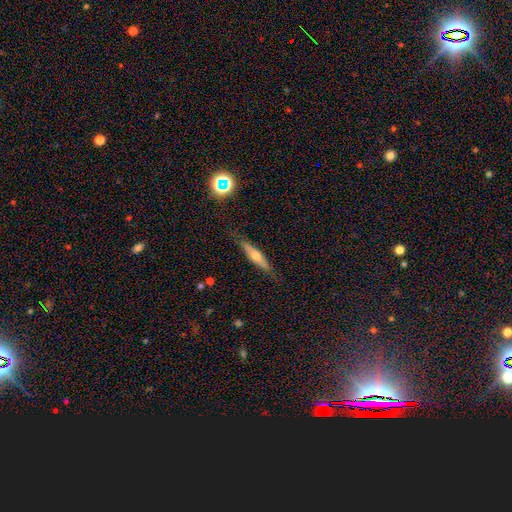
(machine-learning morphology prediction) The model was most divided on "smooth or featured": featured or disk: 50%, smooth: 44%, star or artifact: 7%. More confident: merging — none (81%).